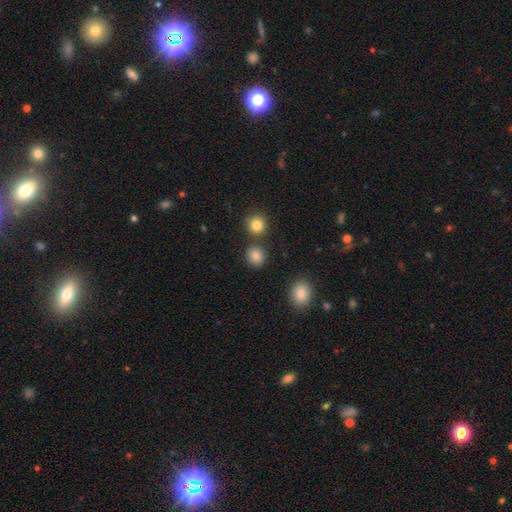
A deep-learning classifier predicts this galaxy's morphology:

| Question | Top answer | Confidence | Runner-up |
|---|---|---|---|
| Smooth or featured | smooth | 85% | star or artifact (11%) |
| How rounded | round | 79% | in between (20%) |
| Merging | none | 79% | merger (9%) |